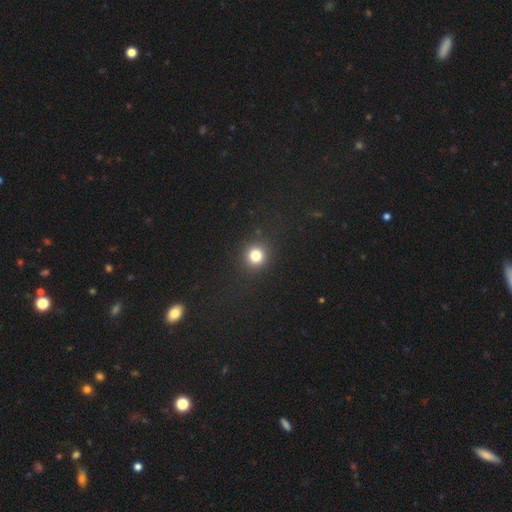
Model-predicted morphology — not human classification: This appears to be a smooth galaxy with no disk features (80%) that is round (90%). Merging: none (90%).